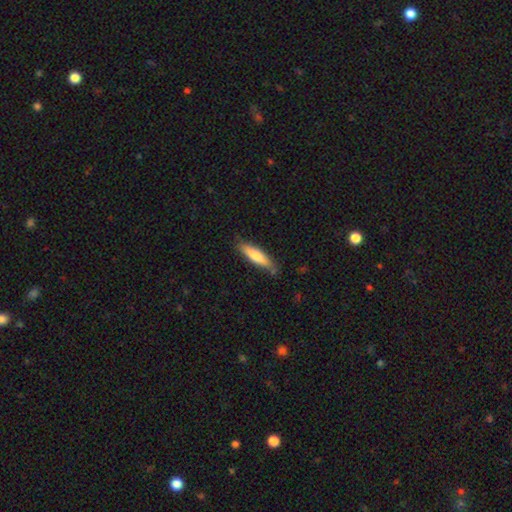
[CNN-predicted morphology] Smooth or featured? Predicted: smooth (p=0.71). How rounded? Predicted: cigar-shaped (p=0.75). Merging? Predicted: none (p=0.77).